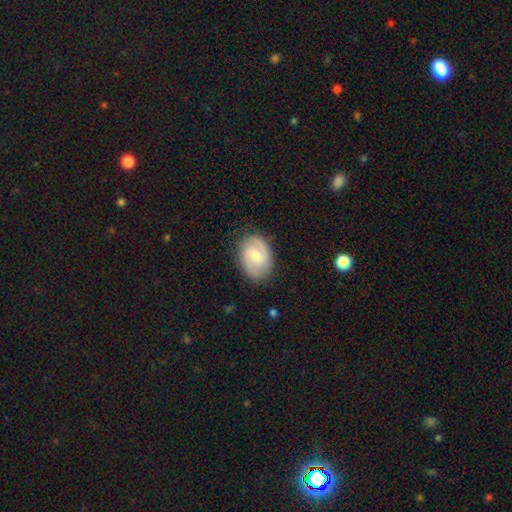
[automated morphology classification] A featured or disk galaxy (57%) with a weak bar (52%), spiral arms (89%) and a small central bulge (44%).

Vote fractions:
- Smooth or featured? featured or disk: 57% / smooth: 37% / star or artifact: 6%
- Edge-on disk? no: 97% / yes: 3%
- Bar? weak: 52% / no: 39% / strong: 8%
- Spiral arms? yes: 89% / no: 11%
- Bulge size? small: 44% / moderate: 43% / none: 6% / large: 5% / dominant: 1%
- Merging? none: 81% / minor disturbance: 14% / major disturbance: 4% / merger: 1%